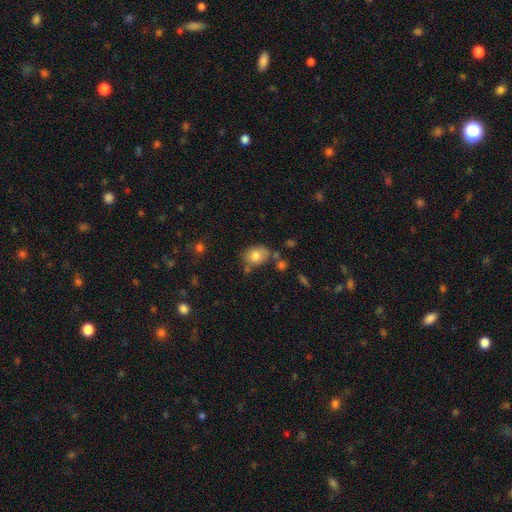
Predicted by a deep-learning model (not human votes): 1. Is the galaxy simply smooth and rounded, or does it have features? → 78% smooth, 13% featured or disk, 9% star or artifact.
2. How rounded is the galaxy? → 60% in between, 39% round, 1% cigar-shaped.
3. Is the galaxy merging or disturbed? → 57% none, 23% minor disturbance, 13% merger, 7% major disturbance.